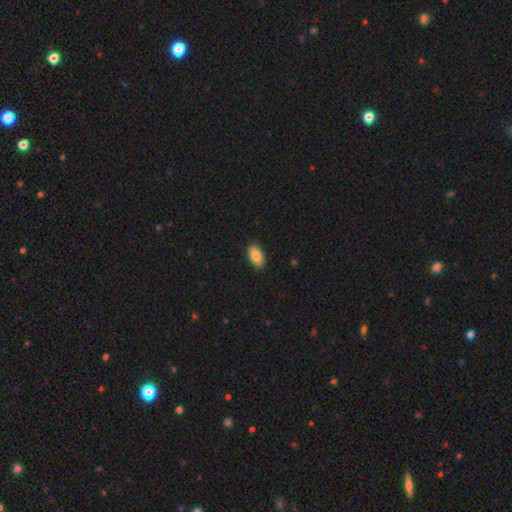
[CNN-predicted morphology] Smooth or featured? Predicted: smooth (p=0.86). How rounded? Predicted: in between (p=0.94). Merging? Predicted: none (p=0.88).